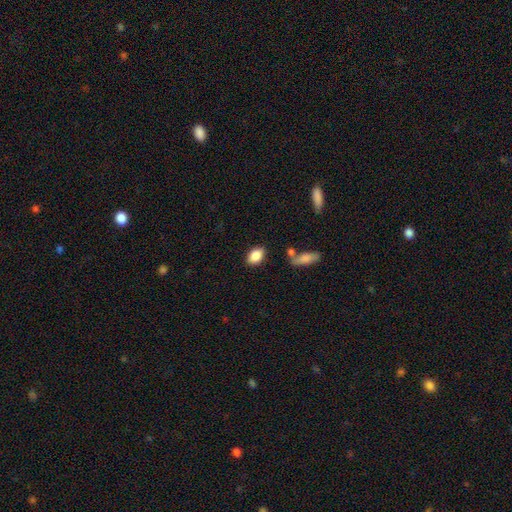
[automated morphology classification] This is clearly a smooth galaxy (87%). How rounded: clearly in between (87%). Merging: clearly none (81%).